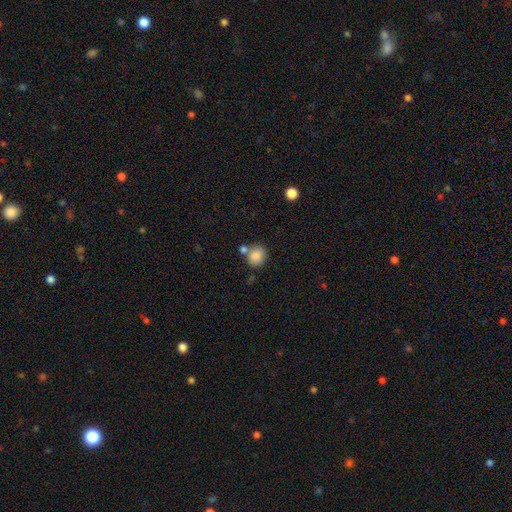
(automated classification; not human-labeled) This appears to be a smooth galaxy with no disk features (86%) that is round (62%). Merging: none (62%).